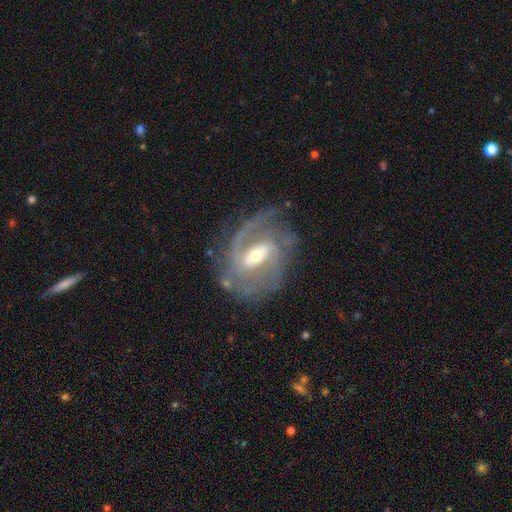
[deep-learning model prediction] Smooth or featured? featured or disk (87%)
Edge-on disk? no (96%)
Bar? weak (46%)
Spiral arms? yes (95%)
Spiral winding? medium (43%, tied with tight)
Spiral arm count? 2 (57%)
Bulge size? moderate (59%)
Merging? none (69%)